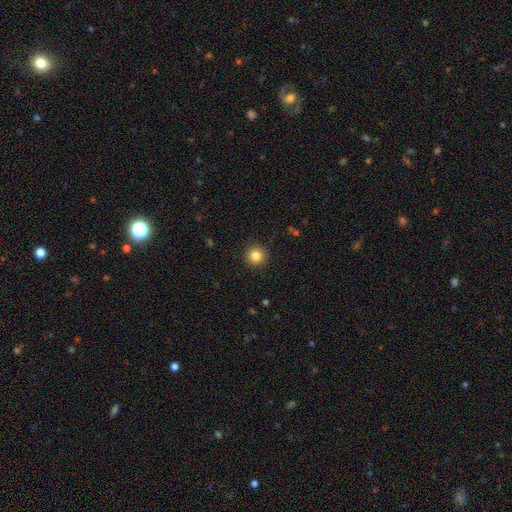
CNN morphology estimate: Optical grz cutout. It shows a smooth galaxy with no disk features (84%) that is round (95%). Merging: none (92%).